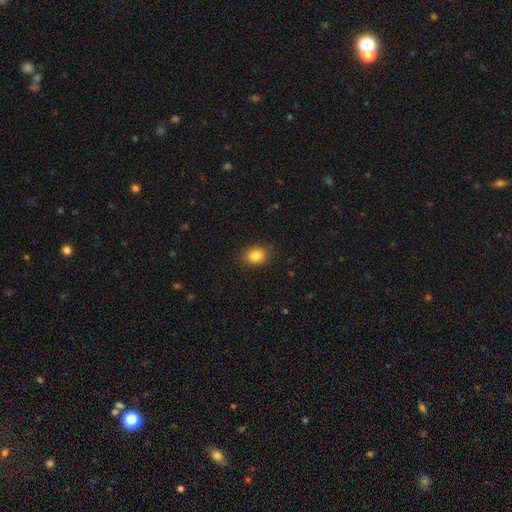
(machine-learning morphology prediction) Overall: smooth (85%). How rounded: in between (56%; round 43%). Merging: none (87%).